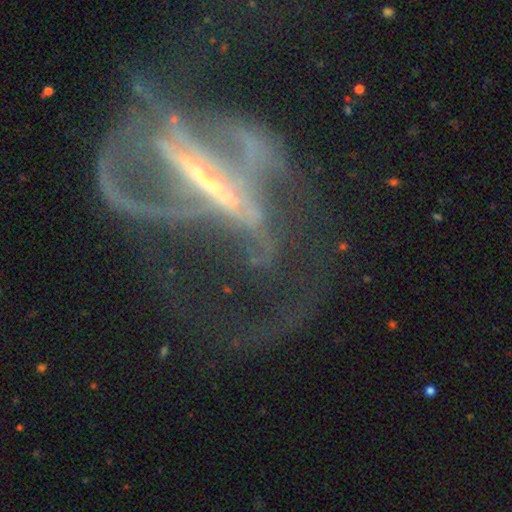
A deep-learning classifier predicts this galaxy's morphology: Smooth or featured? Predicted: featured or disk (p=0.73). Edge-on disk? Predicted: no (p=0.74). Bar? Predicted: strong (p=0.56). Spiral arms? Predicted: yes (p=0.61). Bulge size? Predicted: small (p=0.44). Merging? Predicted: major disturbance (p=0.43).